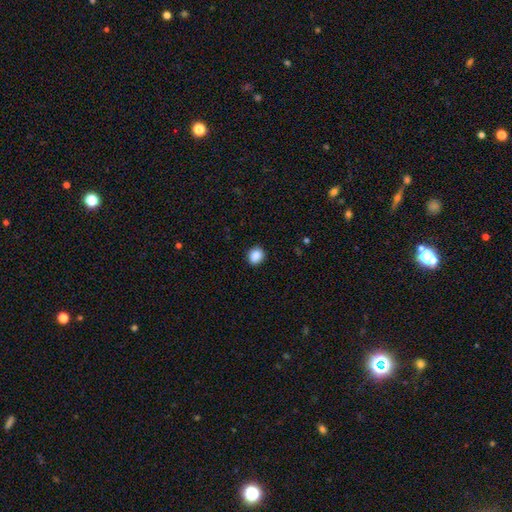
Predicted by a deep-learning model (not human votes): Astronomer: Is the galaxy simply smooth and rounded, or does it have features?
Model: smooth — 88%.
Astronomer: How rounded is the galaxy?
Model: round — 70%.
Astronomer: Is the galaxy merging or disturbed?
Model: none — 91%.